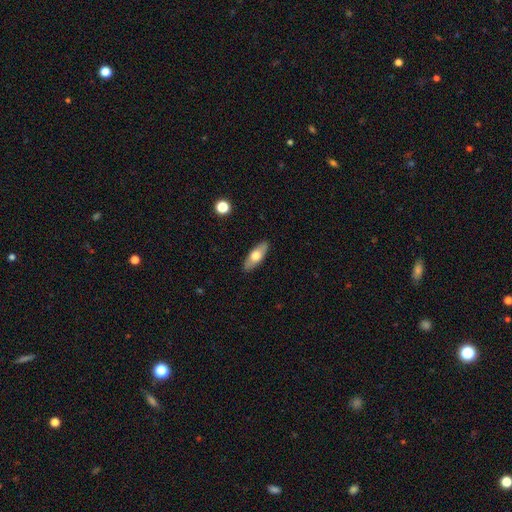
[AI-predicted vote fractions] Smooth or featured: smooth — 62% (featured or disk — 32%)
How rounded: in between — 76% (cigar-shaped — 21%)
Merging: none — 88% (minor disturbance — 9%)